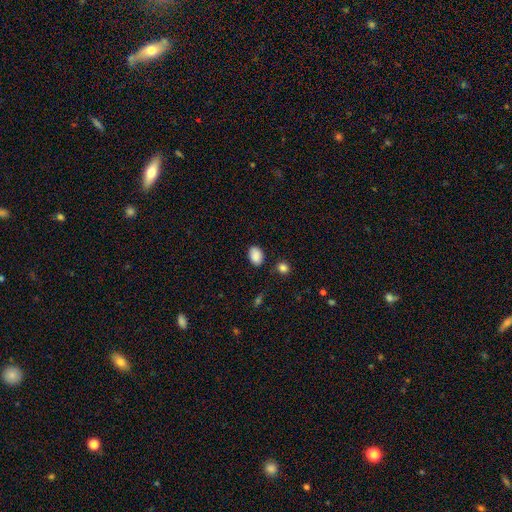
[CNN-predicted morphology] Smooth or featured?
  - smooth: 88% *
  - star or artifact: 8%
  - featured or disk: 4%
How rounded?
  - in between: 82% *
  - round: 17%
  - cigar-shaped: 1%
Merging?
  - none: 83% *
  - minor disturbance: 11%
  - major disturbance: 3%
  - merger: 3%